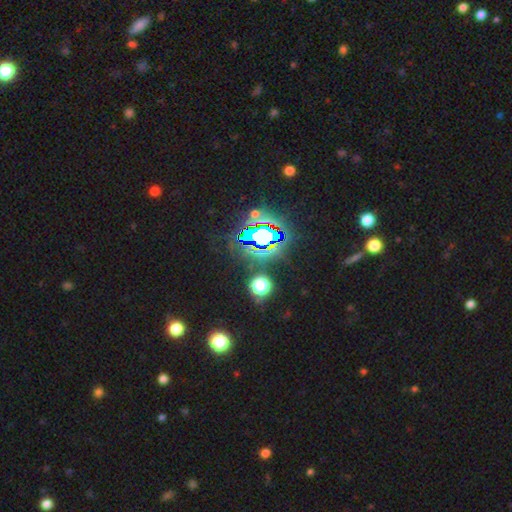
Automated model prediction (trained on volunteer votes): Smooth or featured: star or artifact — 79% (smooth — 13%)